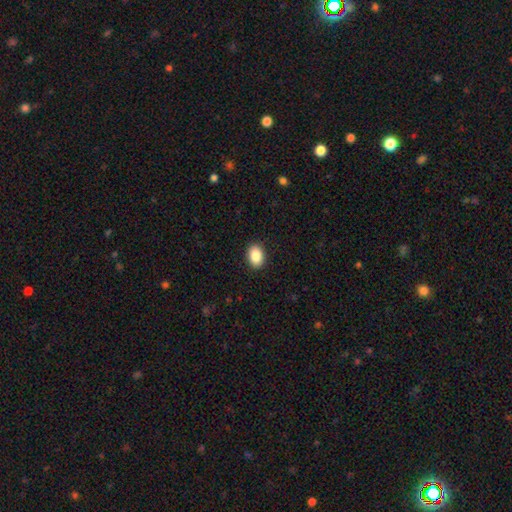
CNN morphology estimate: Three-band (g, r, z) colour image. It shows a smooth galaxy with no disk features (88%) that is in between round and cigar-shaped (80%). Merging: none (90%).